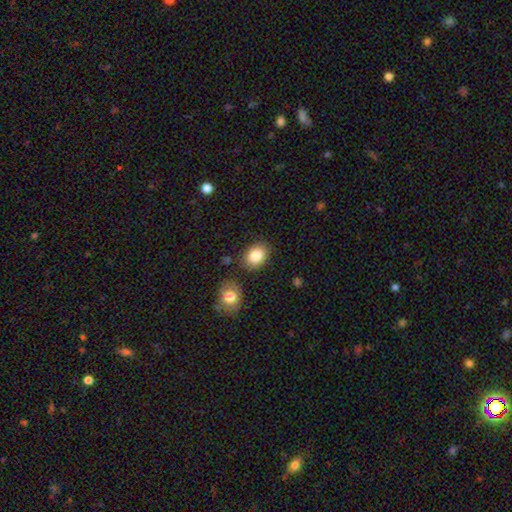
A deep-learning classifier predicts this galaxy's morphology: Smooth or featured: smooth — 86% (star or artifact — 8%)
How rounded: in between — 66% (round — 33%)
Merging: none — 79% (minor disturbance — 13%)